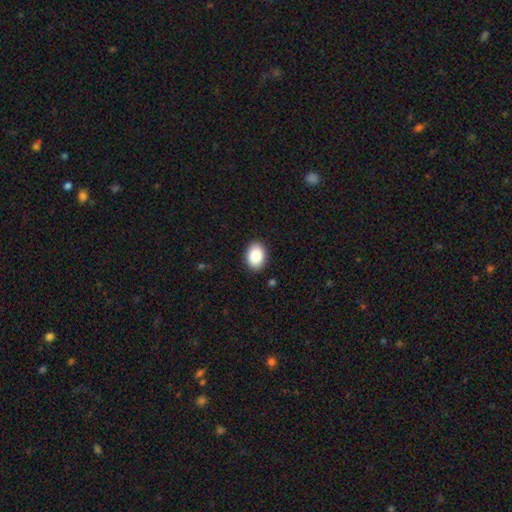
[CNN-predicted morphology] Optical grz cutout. It shows a smooth galaxy with no disk features (88%) that is in between round and cigar-shaped (81%). Merging: none (89%).